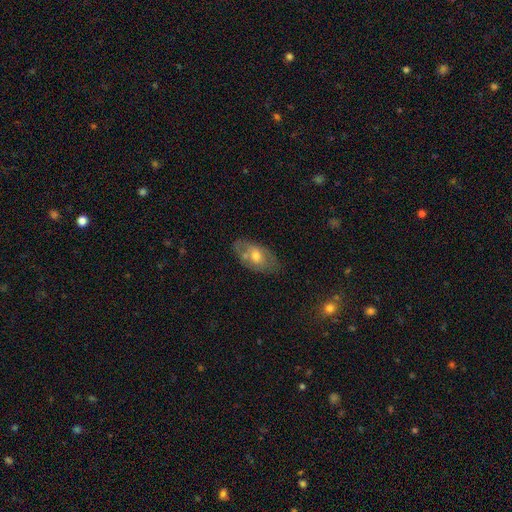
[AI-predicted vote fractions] Smooth or featured: smooth — 47% (featured or disk — 46%)
Merging: none — 64% (minor disturbance — 24%)